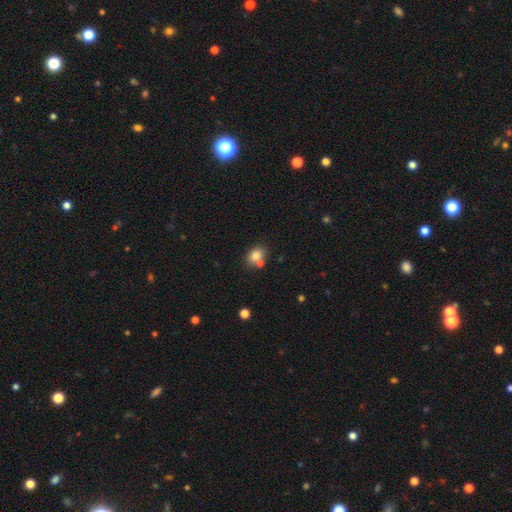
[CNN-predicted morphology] A smooth galaxy with no disk features (81%) that is in between round and cigar-shaped (65%). Merging: none (63%).